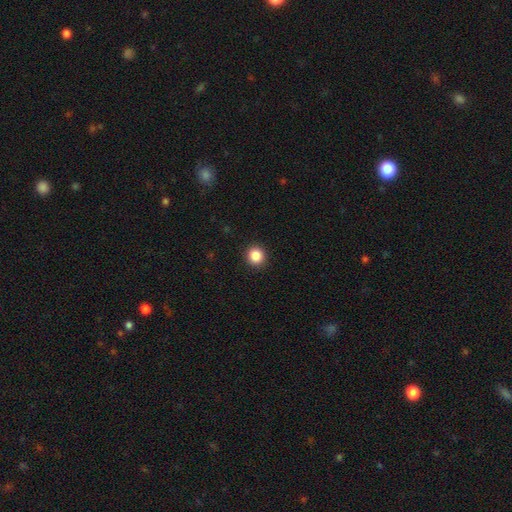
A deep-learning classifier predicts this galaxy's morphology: smooth 86%, star or artifact 10%, featured or disk 4%. Down the decision tree: how rounded — round (92%); merging — none (93%).